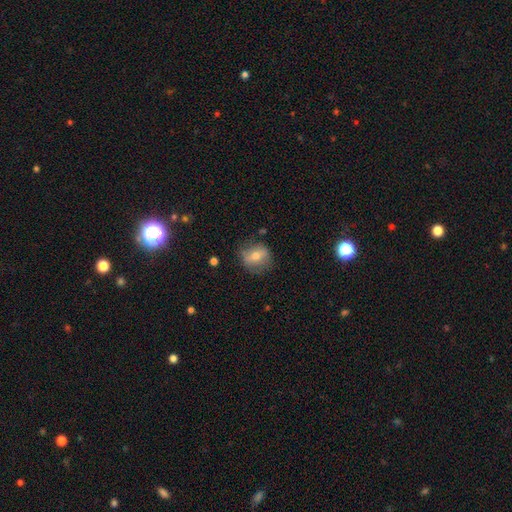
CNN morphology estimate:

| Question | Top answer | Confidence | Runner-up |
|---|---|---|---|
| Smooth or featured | smooth | 61% | featured or disk (30%) |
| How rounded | round | 72% | in between (26%) |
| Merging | none | 75% | minor disturbance (18%) |